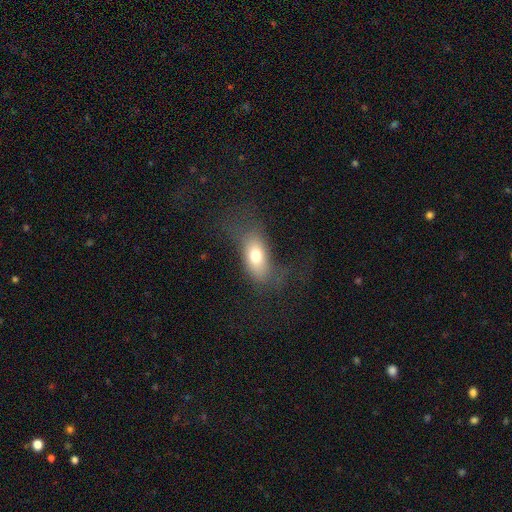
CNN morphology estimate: A smooth galaxy with no disk features (72%) that is in between round and cigar-shaped (84%). Merging: none (56%).